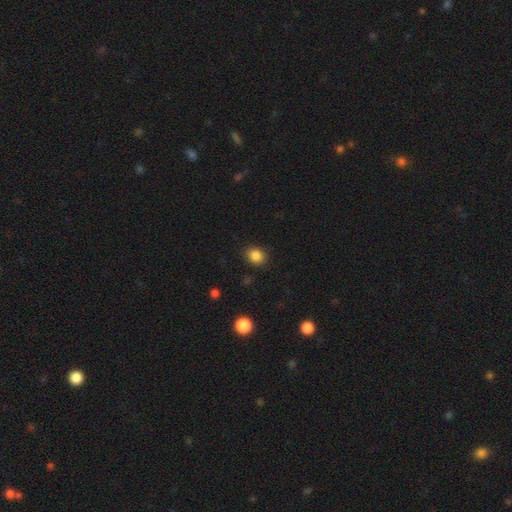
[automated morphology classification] Smooth or featured? smooth (85%)
How rounded? round (61%)
Merging? none (88%)